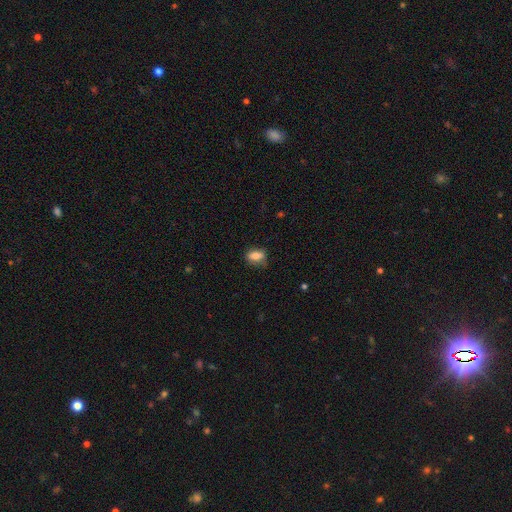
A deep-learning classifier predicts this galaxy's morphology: The model was most divided on "merging": none: 68%, minor disturbance: 24%, major disturbance: 6%, merger: 2%. More confident: how rounded — in between (82%); smooth or featured — smooth (79%).